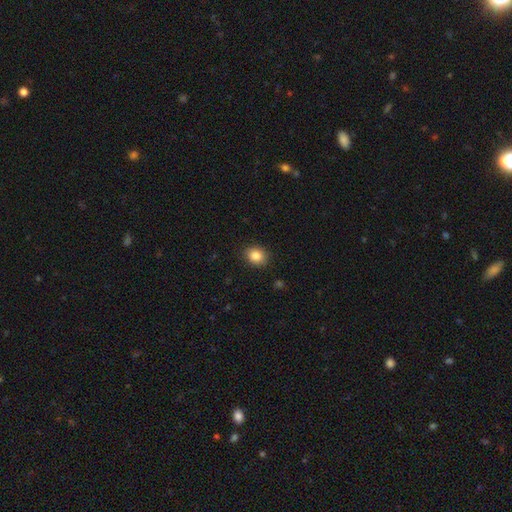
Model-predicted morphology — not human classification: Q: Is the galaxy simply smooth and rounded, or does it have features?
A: smooth — 85%.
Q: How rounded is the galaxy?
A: round — 60%.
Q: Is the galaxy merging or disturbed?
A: none — 90%.